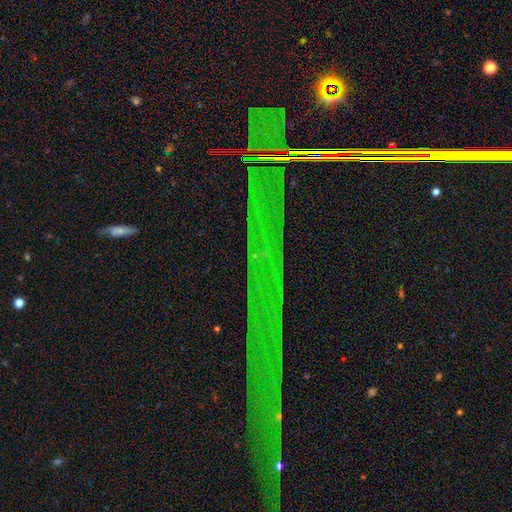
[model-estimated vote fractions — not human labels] Smooth or featured? Predicted: star or artifact (p=0.84).